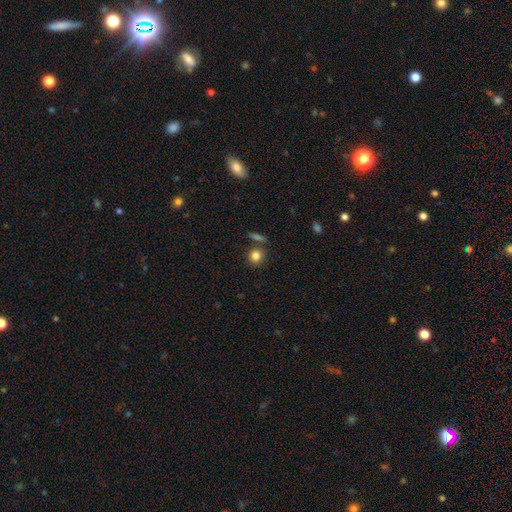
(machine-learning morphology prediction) type=smooth (83%); roundness=round (81%); merging=none (75%).